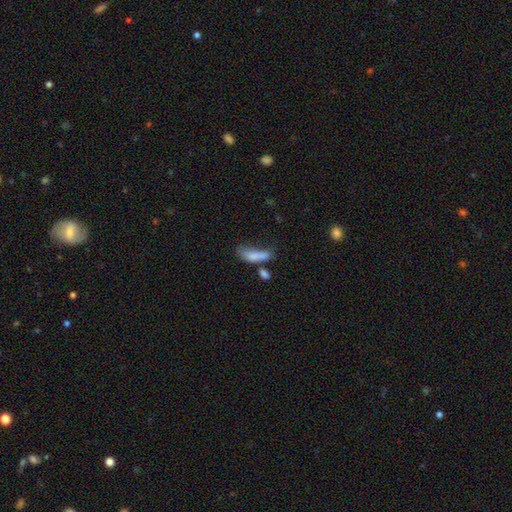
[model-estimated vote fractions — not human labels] smooth_or_featured: smooth (p=0.74) [alt: featured or disk p=0.16]
how_rounded: in between (p=0.59) [alt: cigar-shaped p=0.37]
merging: merger (p=0.30) [alt: major disturbance p=0.27]